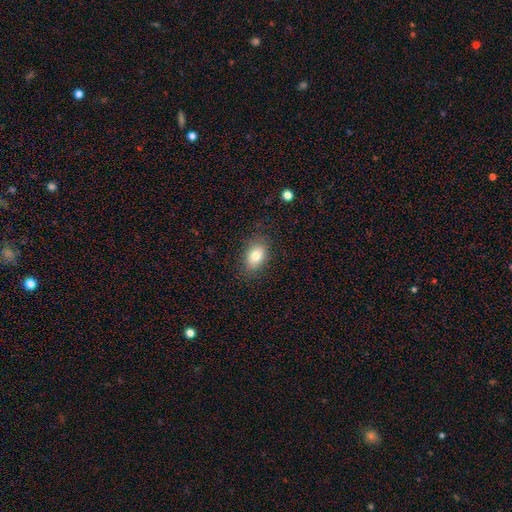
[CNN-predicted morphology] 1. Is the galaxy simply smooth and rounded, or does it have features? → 79% smooth, 13% featured or disk, 9% star or artifact.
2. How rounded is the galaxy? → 85% in between, 14% round, 2% cigar-shaped.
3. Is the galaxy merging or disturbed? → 84% none, 12% minor disturbance, 4% major disturbance, 1% merger.